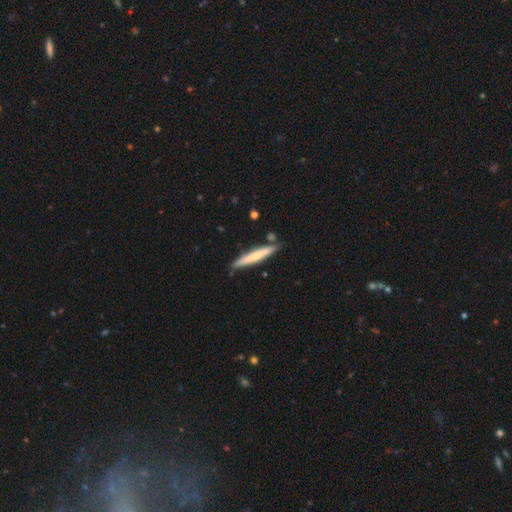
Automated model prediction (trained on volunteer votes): This is possibly a smooth galaxy (59%). How rounded: clearly cigar-shaped (94%). Merging: clearly none (82%).